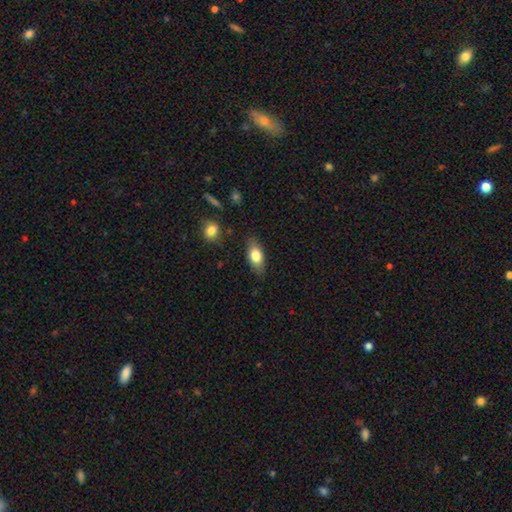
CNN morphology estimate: smooth 76%, featured or disk 17%, star or artifact 7%. Down the decision tree: how rounded — in between (84%); merging — none (82%).